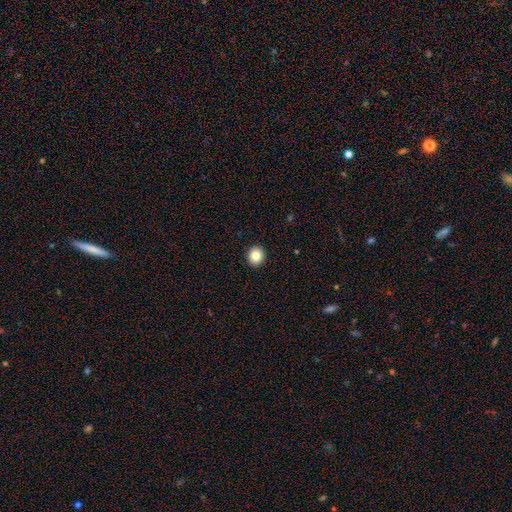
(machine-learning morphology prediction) smooth-or-featured: smooth: 83% | star or artifact: 10% | featured or disk: 7%
  how-rounded: round: 87% | in between: 12% | cigar-shaped: 1%
  merging: none: 93% | minor disturbance: 5% | major disturbance: 2% | merger: 1%